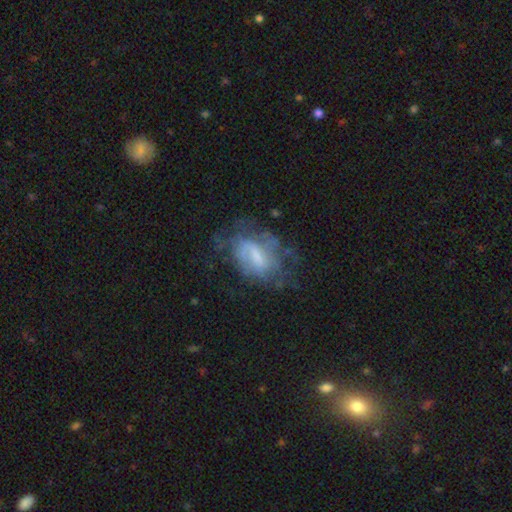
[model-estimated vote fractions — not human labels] Smooth or featured? Predicted: featured or disk (p=0.58). Edge-on disk? Predicted: no (p=0.95). Bar? Predicted: weak (p=0.49). Spiral arms? Predicted: yes (p=0.52). Bulge size? Predicted: moderate (p=0.35). Merging? Predicted: none (p=0.46).